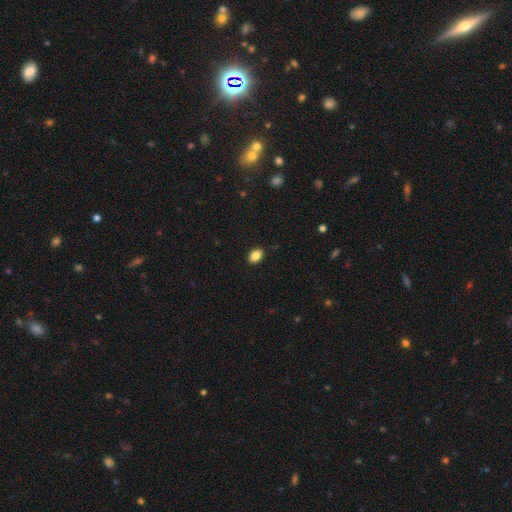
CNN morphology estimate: This appears to be a smooth galaxy with no disk features (86%) that is in between round and cigar-shaped (78%). Merging: none (89%).